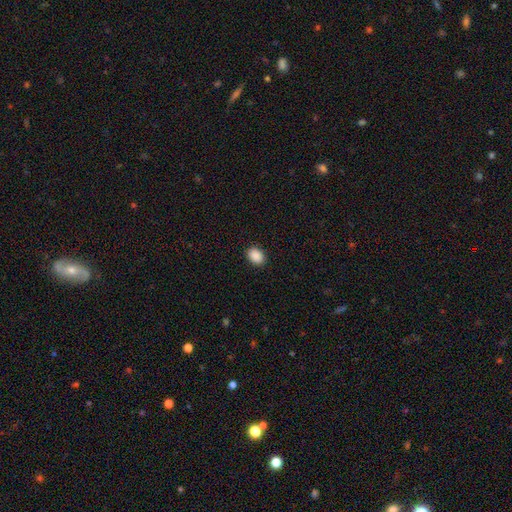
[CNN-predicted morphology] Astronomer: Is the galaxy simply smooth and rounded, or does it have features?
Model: smooth — 90%.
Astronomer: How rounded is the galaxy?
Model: in between — 70%.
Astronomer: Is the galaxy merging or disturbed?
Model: none — 90%.